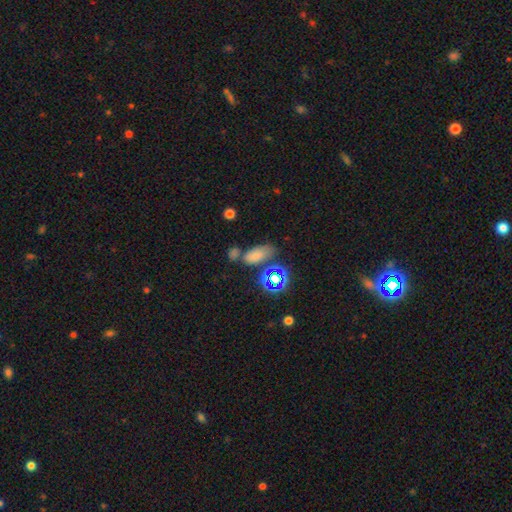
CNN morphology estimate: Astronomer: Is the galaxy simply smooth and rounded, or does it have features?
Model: smooth — 67%.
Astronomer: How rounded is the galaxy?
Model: in between — 85%.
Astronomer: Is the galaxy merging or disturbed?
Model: none — 52%.